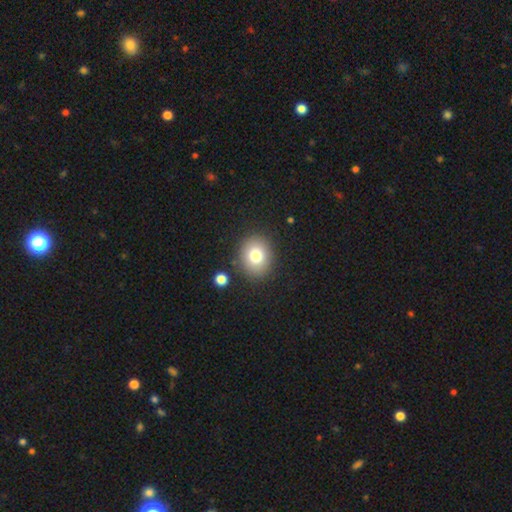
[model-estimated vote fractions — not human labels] A smooth galaxy with no disk features (77%) that is round (70%). Merging: none (86%).